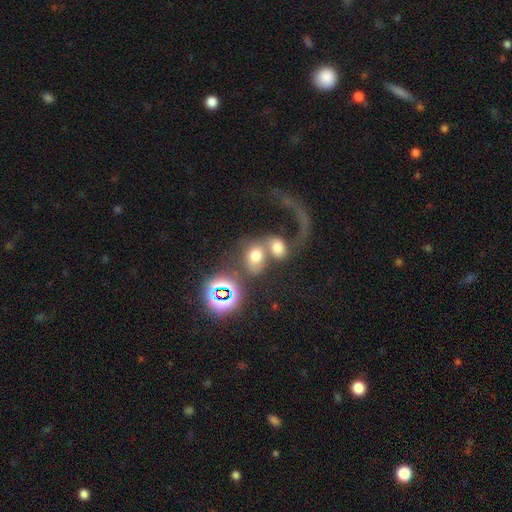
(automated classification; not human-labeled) Smooth or featured?
  - smooth: 55% *
  - featured or disk: 26%
  - star or artifact: 19%
How rounded?
  - in between: 55% *
  - round: 43%
  - cigar-shaped: 2%
Merging?
  - merger: 64% *
  - major disturbance: 16%
  - none: 14%
  - minor disturbance: 6%